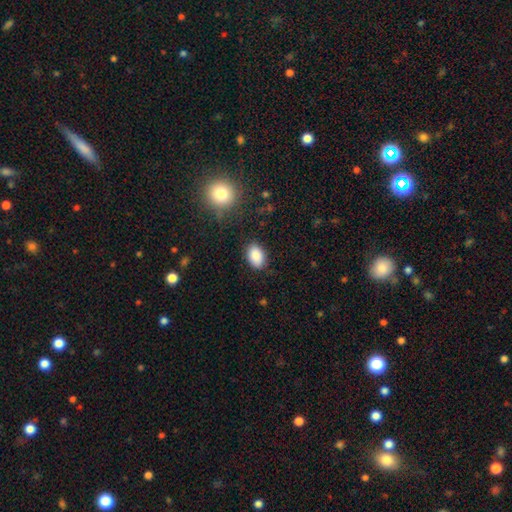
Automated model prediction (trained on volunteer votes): Smooth or featured: smooth — 88% (star or artifact — 8%)
How rounded: in between — 87% (round — 12%)
Merging: none — 84% (minor disturbance — 12%)